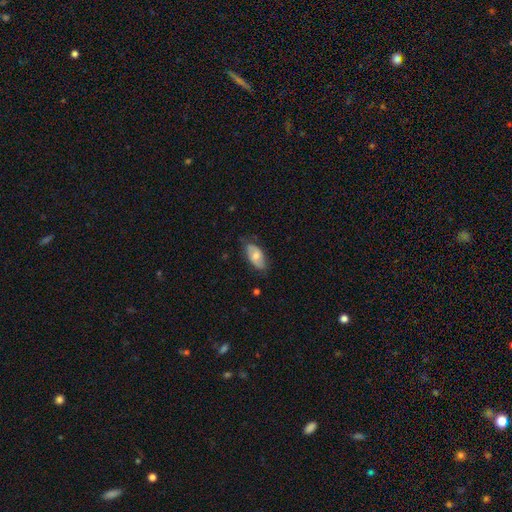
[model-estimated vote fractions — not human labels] smooth 61%, featured or disk 33%, star or artifact 6%. Down the decision tree: how rounded — in between (92%); merging — none (69%).